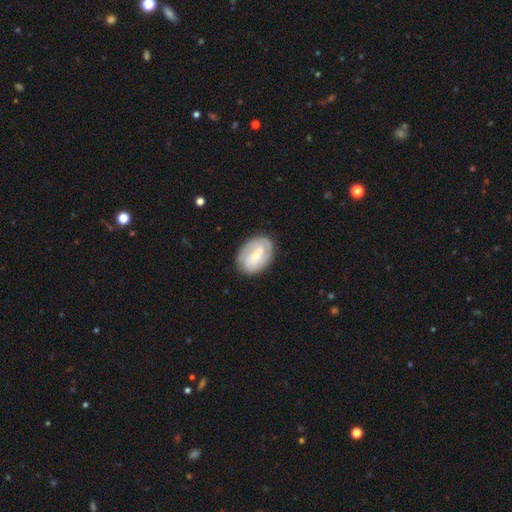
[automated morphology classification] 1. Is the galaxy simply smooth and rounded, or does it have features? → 69% featured or disk, 26% smooth, 5% star or artifact.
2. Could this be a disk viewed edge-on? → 96% no, 4% yes.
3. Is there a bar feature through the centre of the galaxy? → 45% weak, 37% no, 19% strong.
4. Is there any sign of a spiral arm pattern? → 84% yes, 16% no.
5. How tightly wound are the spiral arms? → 57% tight, 32% medium, 12% loose.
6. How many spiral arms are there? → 54% 2, 26% can't tell, 10% 3, 5% 1, 3% 4, 2% more than 4.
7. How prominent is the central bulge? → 56% small, 40% moderate, 2% large, 1% none, 1% dominant.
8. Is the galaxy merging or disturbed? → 81% none, 14% minor disturbance, 4% major disturbance, 1% merger.